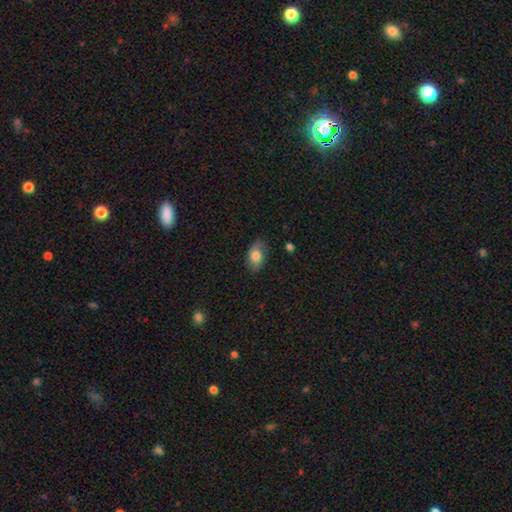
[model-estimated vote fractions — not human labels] smooth 78%, featured or disk 14%, star or artifact 8%. Down the decision tree: how rounded — in between (89%); merging — none (79%).